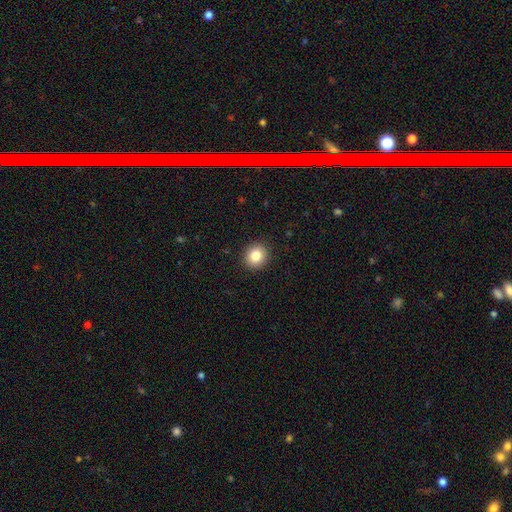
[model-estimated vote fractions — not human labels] Morphology: type=smooth (84%); roundness=round (82%); merging=none (91%).